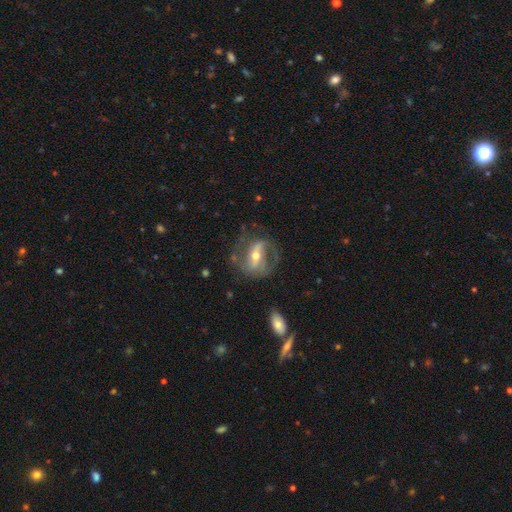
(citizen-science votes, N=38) Smooth or featured? 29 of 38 (76%) said featured or disk. Edge-on disk? 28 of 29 (97%) said no. Bar? 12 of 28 (43%) said strong. Spiral arms? 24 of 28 (86%) said yes. Spiral winding? 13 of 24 (54%) said loose. Spiral arm count? 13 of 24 (54%) said 2. Bulge size? 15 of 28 (54%) said moderate. Merging? 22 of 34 (65%) said none.